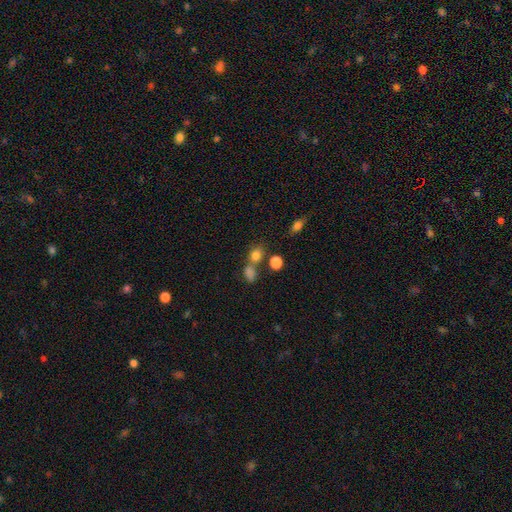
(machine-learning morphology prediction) smooth_or_featured: smooth (p=0.78) [alt: star or artifact p=0.14]
how_rounded: round (p=0.54) [alt: in between p=0.44]
merging: none (p=0.50) [alt: merger p=0.33]